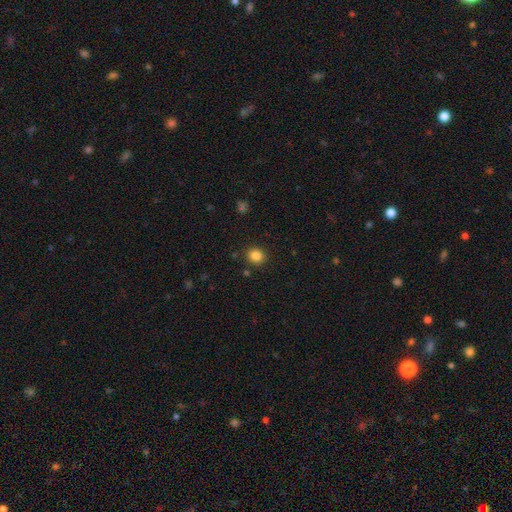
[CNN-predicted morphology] A smooth galaxy with no disk features (85%) that is round (80%). Merging: none (89%).